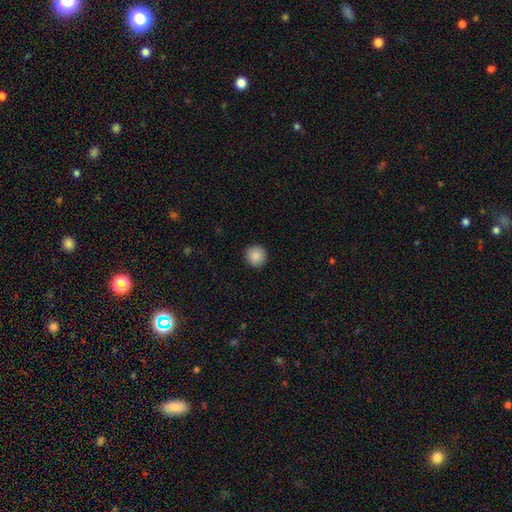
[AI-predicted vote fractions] The model was most divided on "smooth or featured": smooth: 88%, star or artifact: 8%, featured or disk: 3%. More confident: how rounded — round (96%); merging — none (93%).